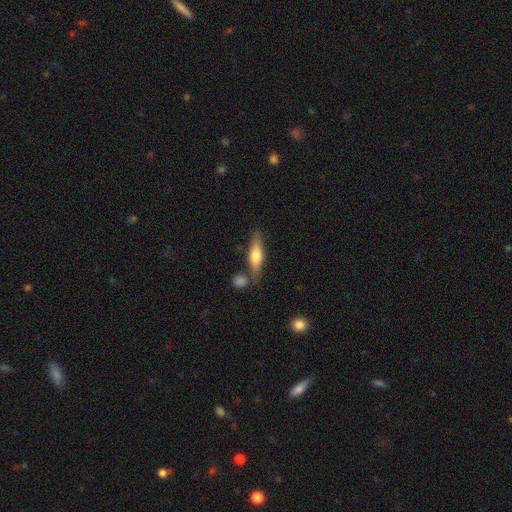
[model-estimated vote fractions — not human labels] The model was most divided on "smooth or featured": smooth: 48%, featured or disk: 45%, star or artifact: 6%. More confident: merging — none (70%).